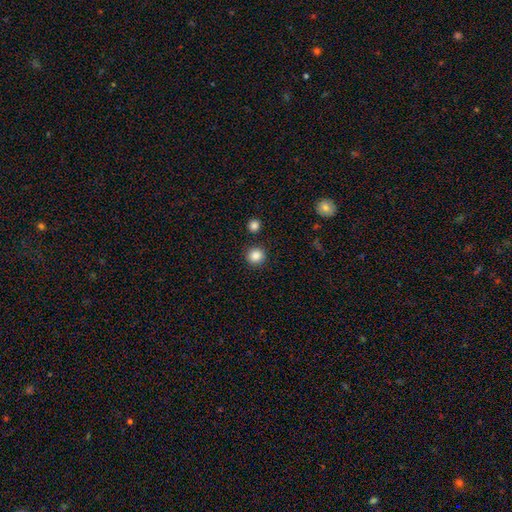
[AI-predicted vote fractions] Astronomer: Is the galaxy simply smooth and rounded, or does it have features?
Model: smooth — 87%.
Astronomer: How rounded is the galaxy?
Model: round — 94%.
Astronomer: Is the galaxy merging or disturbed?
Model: none — 89%.